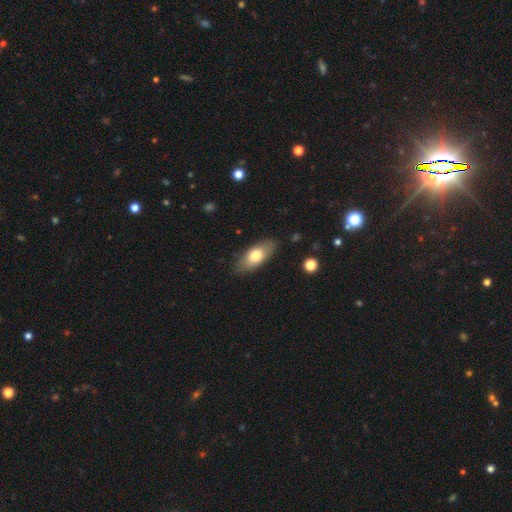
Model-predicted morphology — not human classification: A smooth galaxy with no disk features (70%) that is in between round and cigar-shaped (82%). Merging: none (84%).